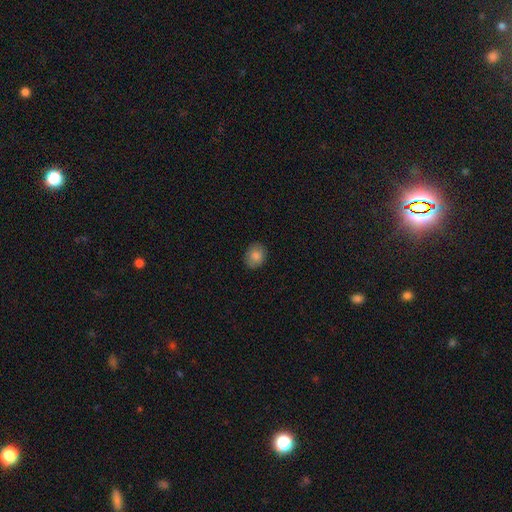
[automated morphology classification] Smooth or featured? smooth (83%)
How rounded? round (58%)
Merging? none (88%)